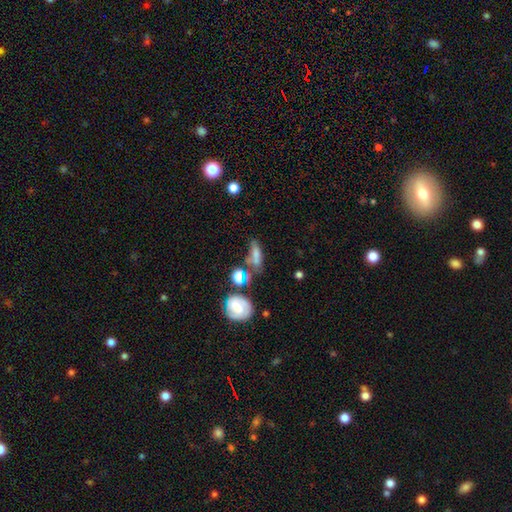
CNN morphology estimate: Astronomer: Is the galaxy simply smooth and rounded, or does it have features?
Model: smooth — 61%.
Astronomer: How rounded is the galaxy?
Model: in between — 57%.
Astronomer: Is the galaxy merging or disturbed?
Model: none — 36% (runner-up: minor disturbance, 23%).